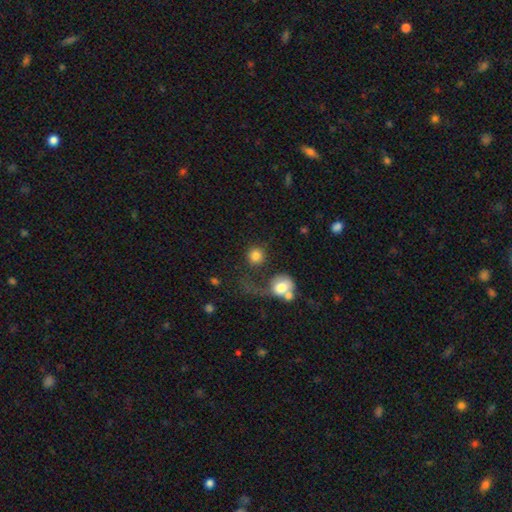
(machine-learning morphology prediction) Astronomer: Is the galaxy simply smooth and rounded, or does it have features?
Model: smooth — 81%.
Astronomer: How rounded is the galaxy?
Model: round — 88%.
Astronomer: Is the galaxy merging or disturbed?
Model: none — 47% (runner-up: merger, 22%).